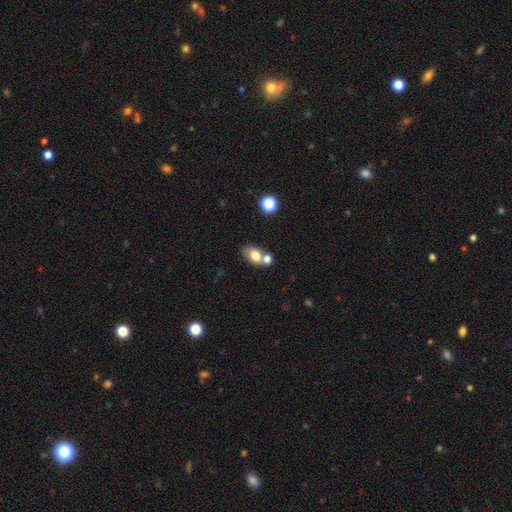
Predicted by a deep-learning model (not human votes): The model was most divided on "merging": none: 46%, merger: 38%, minor disturbance: 12%, major disturbance: 4%. More confident: how rounded — in between (79%); smooth or featured — smooth (76%).